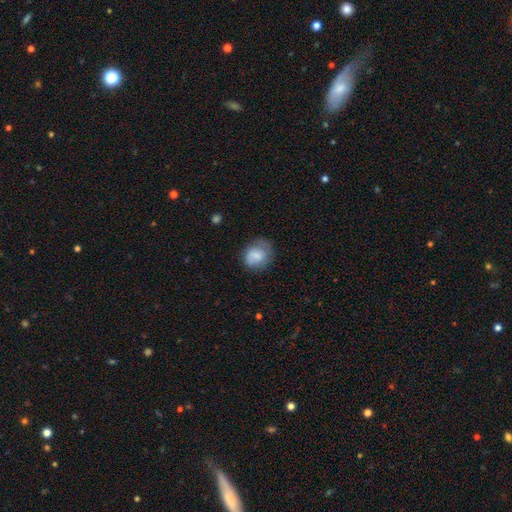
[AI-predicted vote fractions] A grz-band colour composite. It shows a smooth galaxy with no disk features (69%) that is round (68%). Merging: none (60%).